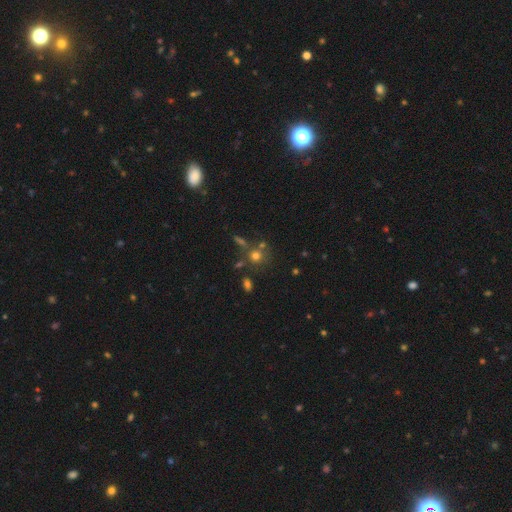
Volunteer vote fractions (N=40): Q: Smooth or featured?
A: smooth (70%); runner-up: featured or disk (22%)
Q: How rounded?
A: round (93%); runner-up: in between (4%)
Q: Merging?
A: none (49%); runner-up: merger (35%)